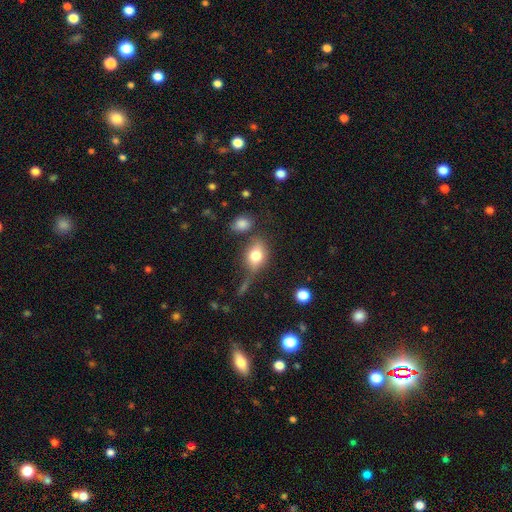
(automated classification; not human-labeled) Smooth or featured? Predicted: smooth (p=0.68). How rounded? Predicted: in between (p=0.73). Merging? Predicted: none (p=0.55).